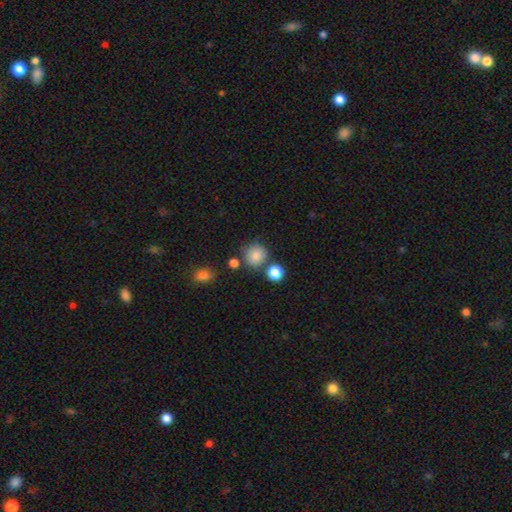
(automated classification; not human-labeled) smooth_or_featured: smooth (p=0.84) [alt: star or artifact p=0.11]
how_rounded: round (p=0.91) [alt: in between p=0.08]
merging: none (p=0.75) [alt: minor disturbance p=0.11]